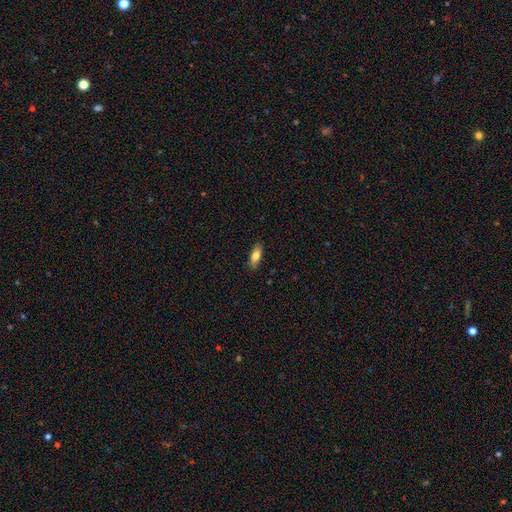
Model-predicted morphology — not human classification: Smooth or featured?
  - smooth: 77% *
  - featured or disk: 17%
  - star or artifact: 6%
How rounded?
  - in between: 69% *
  - cigar-shaped: 29%
  - round: 2%
Merging?
  - none: 88% *
  - minor disturbance: 9%
  - major disturbance: 2%
  - merger: 1%